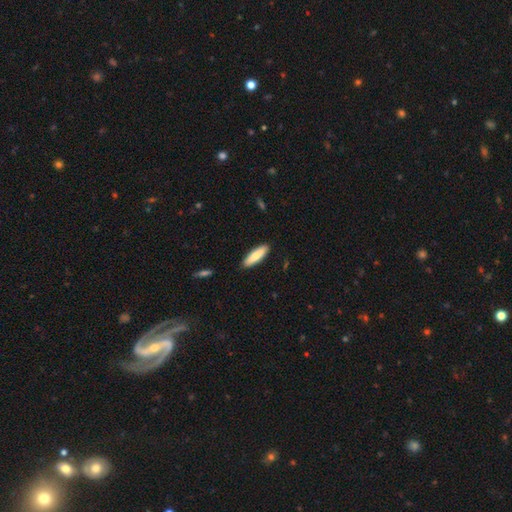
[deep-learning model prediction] A smooth galaxy with no disk features (79%) that is cigar-shaped (59%).

Vote fractions:
- Smooth or featured? smooth: 79% / featured or disk: 15% / star or artifact: 5%
- How rounded? cigar-shaped: 59% / in between: 39% / round: 2%
- Merging? none: 89% / minor disturbance: 8% / major disturbance: 2% / merger: 1%